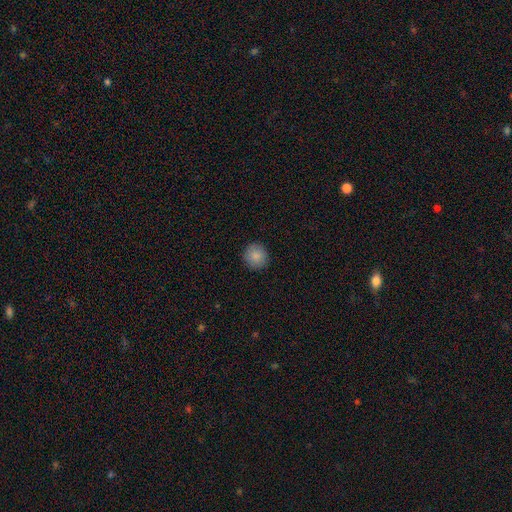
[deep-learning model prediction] Smooth or featured: smooth — 87% (star or artifact — 8%)
How rounded: round — 93% (in between — 6%)
Merging: none — 91% (minor disturbance — 6%)